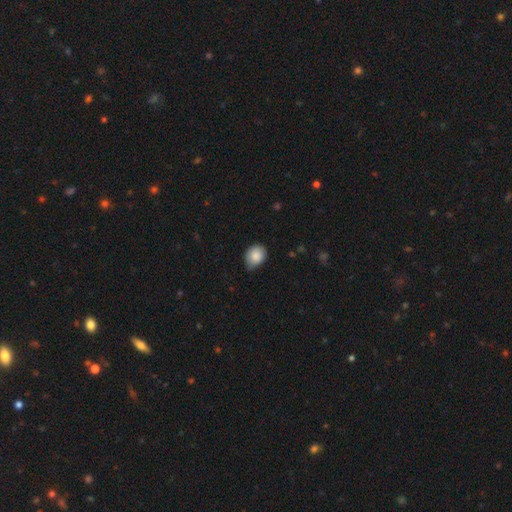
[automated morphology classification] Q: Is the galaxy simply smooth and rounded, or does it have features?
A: smooth — 86%.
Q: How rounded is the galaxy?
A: in between — 56%.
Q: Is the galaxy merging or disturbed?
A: none — 57%.